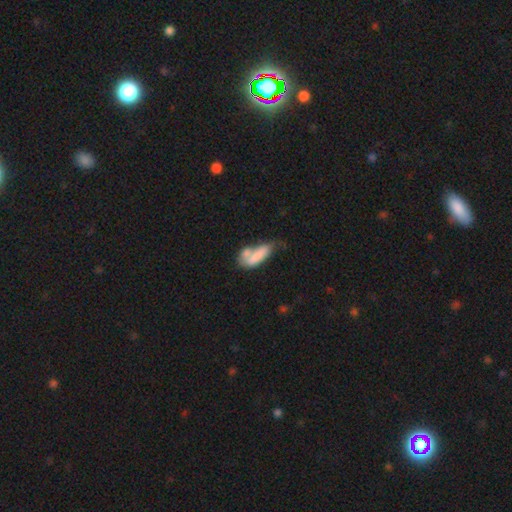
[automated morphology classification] The model was most divided on "merging": merger: 42%, none: 25%, minor disturbance: 19%, major disturbance: 14%. More confident: smooth or featured — smooth (71%); how rounded — in between (67%).